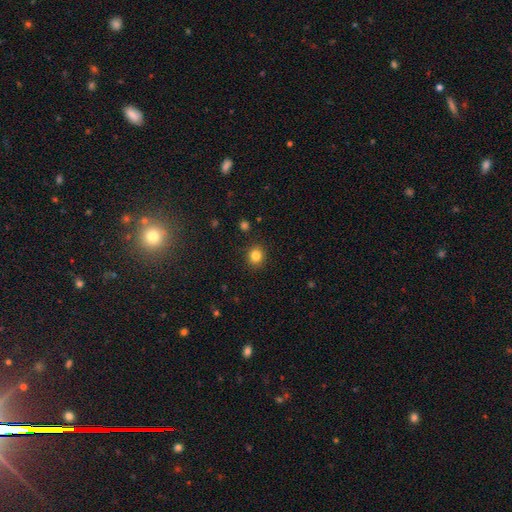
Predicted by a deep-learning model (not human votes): smooth_or_featured: smooth (p=0.83) [alt: star or artifact p=0.12]
how_rounded: round (p=0.87) [alt: in between p=0.12]
merging: none (p=0.90) [alt: minor disturbance p=0.06]